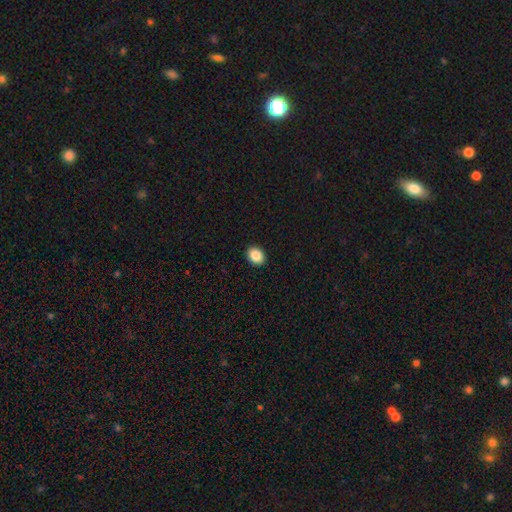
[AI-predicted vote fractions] This is clearly a smooth galaxy (88%). How rounded: likely in between (60%). Merging: clearly none (92%).